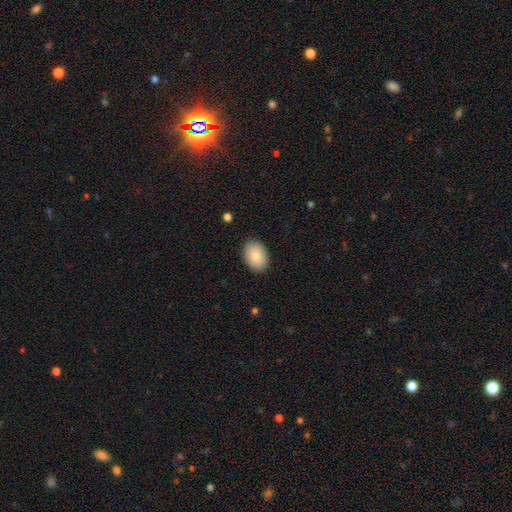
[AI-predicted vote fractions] Smooth or featured?
  - smooth: 84% *
  - featured or disk: 9%
  - star or artifact: 7%
How rounded?
  - in between: 80% *
  - round: 19%
  - cigar-shaped: 1%
Merging?
  - none: 88% *
  - minor disturbance: 9%
  - major disturbance: 2%
  - merger: 1%